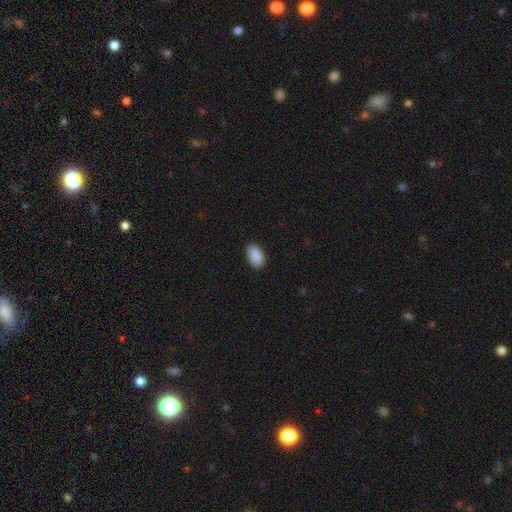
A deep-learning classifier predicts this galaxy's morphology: A smooth galaxy with no disk features (91%) that is in between round and cigar-shaped (94%). Merging: none (89%).